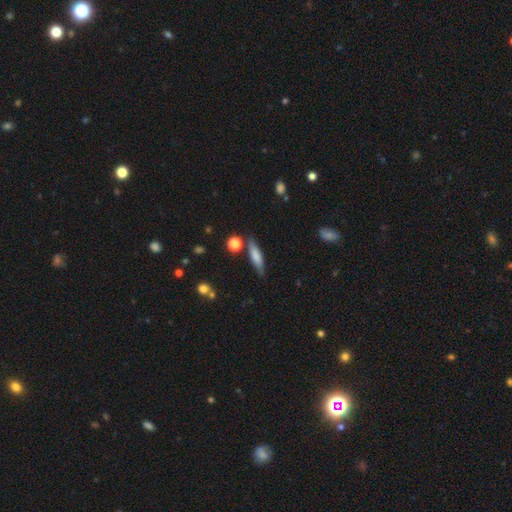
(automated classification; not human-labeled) Morphology: type=smooth (67%); roundness=cigar-shaped (74%); merging=none (78%).